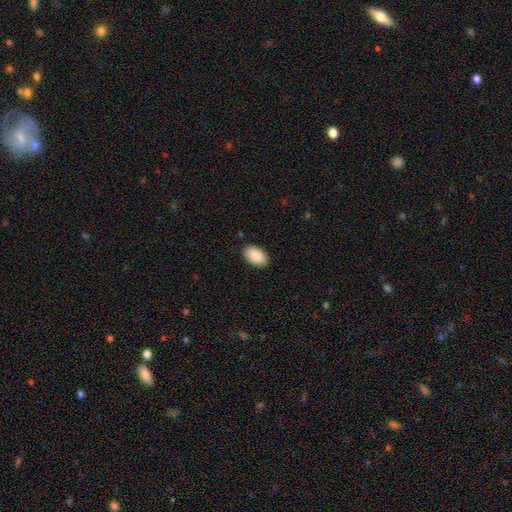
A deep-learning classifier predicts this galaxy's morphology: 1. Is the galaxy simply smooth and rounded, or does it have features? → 90% smooth, 6% star or artifact, 3% featured or disk.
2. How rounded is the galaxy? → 93% in between, 5% round, 1% cigar-shaped.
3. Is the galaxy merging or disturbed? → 88% none, 9% minor disturbance, 2% major disturbance, 1% merger.